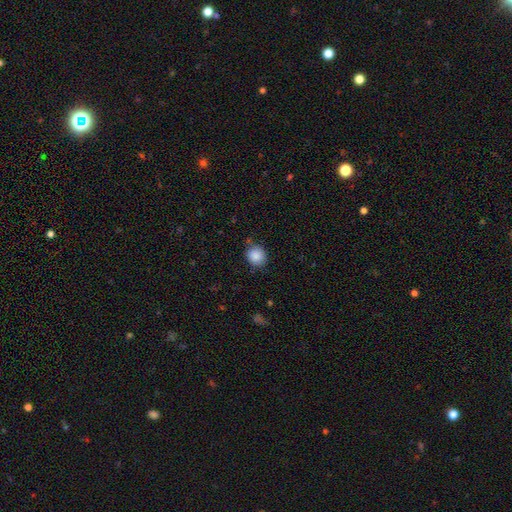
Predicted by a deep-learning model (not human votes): smooth_or_featured: smooth (p=0.87) [alt: star or artifact p=0.09]
how_rounded: round (p=0.81) [alt: in between p=0.18]
merging: none (p=0.79) [alt: minor disturbance p=0.15]